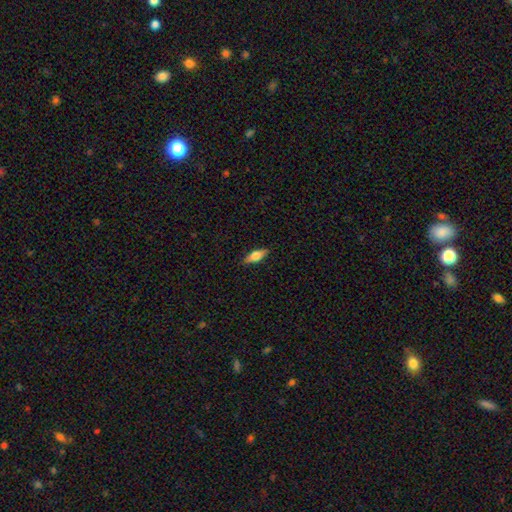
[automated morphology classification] smooth-or-featured: smooth: 61% | featured or disk: 32% | star or artifact: 7%
  how-rounded: in between: 61% | cigar-shaped: 36% | round: 3%
  merging: none: 88% | minor disturbance: 9% | major disturbance: 2% | merger: 1%